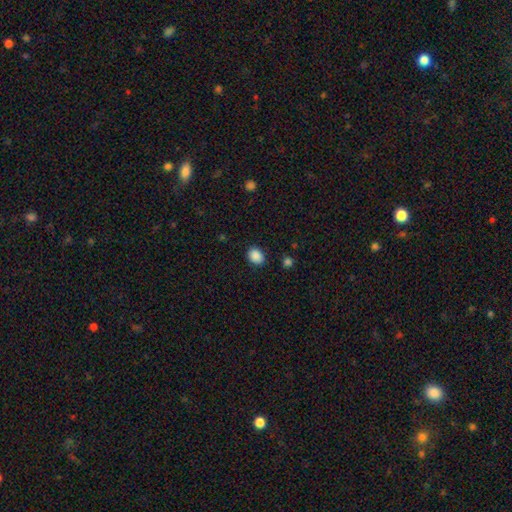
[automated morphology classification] Q: Smooth or featured?
A: smooth (88%); runner-up: star or artifact (9%)
Q: How rounded?
A: in between (57%); runner-up: round (42%)
Q: Merging?
A: none (86%); runner-up: minor disturbance (10%)